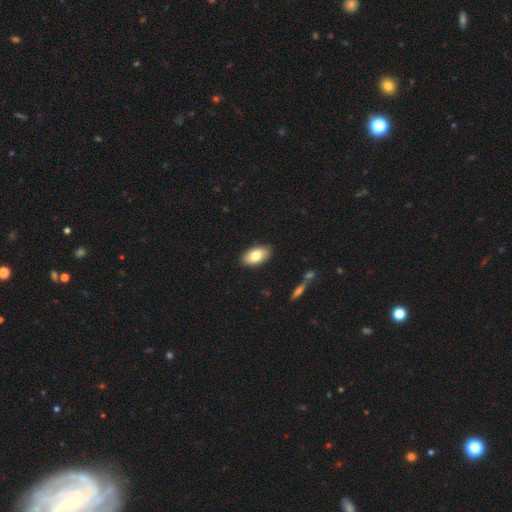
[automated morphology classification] The model was most divided on "smooth or featured": smooth: 82%, featured or disk: 12%, star or artifact: 6%. More confident: how rounded — in between (94%); merging — none (88%).